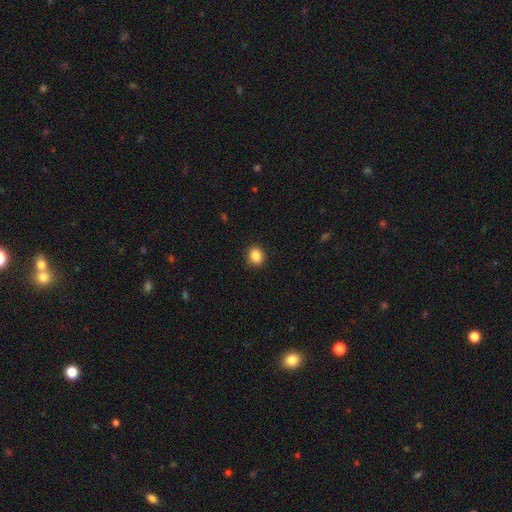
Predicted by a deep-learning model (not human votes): A smooth galaxy with no disk features (87%) that is round (64%).

Vote fractions:
- Smooth or featured? smooth: 87% / star or artifact: 9% / featured or disk: 4%
- How rounded? round: 64% / in between: 35% / cigar-shaped: 1%
- Merging? none: 89% / minor disturbance: 8% / major disturbance: 2% / merger: 1%